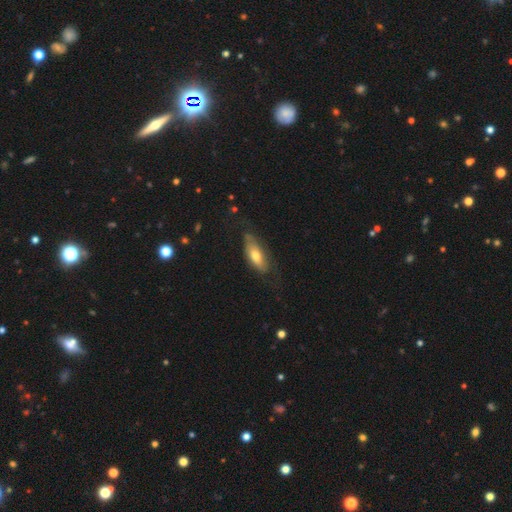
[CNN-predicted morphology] Q: Smooth or featured?
A: smooth (57%); runner-up: featured or disk (37%)
Q: How rounded?
A: in between (77%); runner-up: cigar-shaped (20%)
Q: Merging?
A: none (58%); runner-up: minor disturbance (27%)